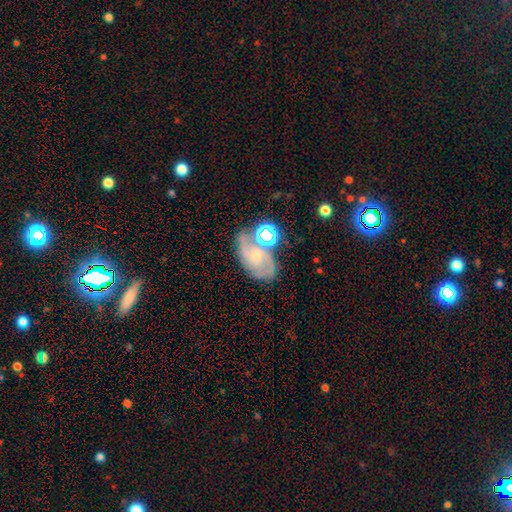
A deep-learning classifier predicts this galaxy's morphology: Smooth or featured?
  - featured or disk: 71% *
  - smooth: 18%
  - star or artifact: 11%
Edge-on disk?
  - no: 96% *
  - yes: 4%
Bar?
  - no: 63% *
  - weak: 31%
  - strong: 6%
Spiral arms?
  - yes: 91% *
  - no: 9%
Spiral winding?
  - medium: 48% *
  - tight: 35%
  - loose: 17%
Spiral arm count?
  - 2: 62% *
  - can't tell: 18%
  - 3: 10%
  - 1: 4%
  - 4: 3%
  - more than 4: 3%
Bulge size?
  - small: 68% *
  - moderate: 22%
  - none: 7%
  - large: 2%
  - dominant: 1%
Merging?
  - none: 54% *
  - minor disturbance: 20%
  - merger: 16%
  - major disturbance: 10%